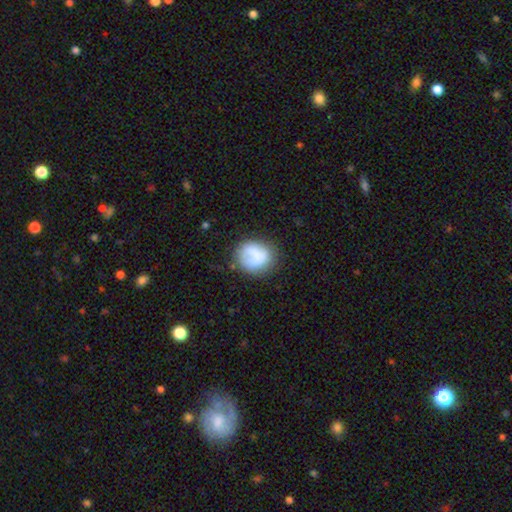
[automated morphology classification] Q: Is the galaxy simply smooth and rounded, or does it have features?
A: smooth — 70%.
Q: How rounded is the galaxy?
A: round — 72%.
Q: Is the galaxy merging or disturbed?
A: none — 58%.